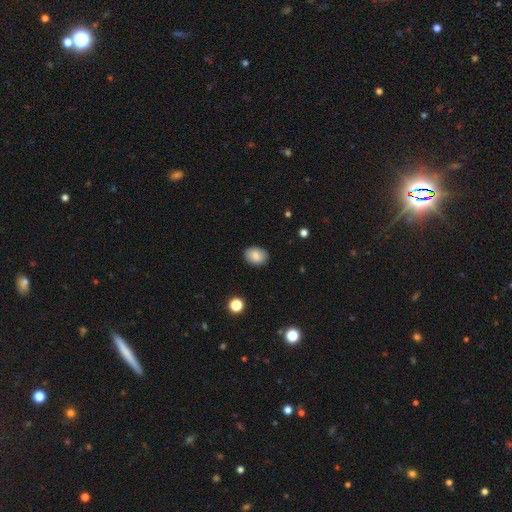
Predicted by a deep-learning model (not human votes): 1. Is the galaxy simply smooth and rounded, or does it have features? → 85% smooth, 8% star or artifact, 6% featured or disk.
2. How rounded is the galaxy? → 65% in between, 34% round, 1% cigar-shaped.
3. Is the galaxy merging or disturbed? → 88% none, 9% minor disturbance, 2% major disturbance, 1% merger.